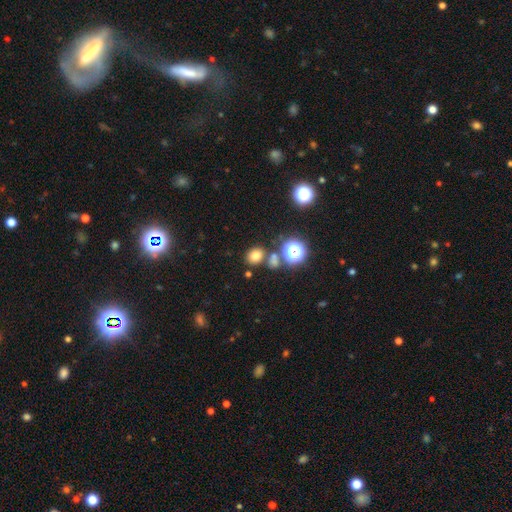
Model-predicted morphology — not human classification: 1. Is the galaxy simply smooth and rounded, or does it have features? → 73% smooth, 20% star or artifact, 7% featured or disk.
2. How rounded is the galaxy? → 63% round, 36% in between, 1% cigar-shaped.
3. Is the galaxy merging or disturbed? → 74% none, 13% merger, 10% minor disturbance, 3% major disturbance.